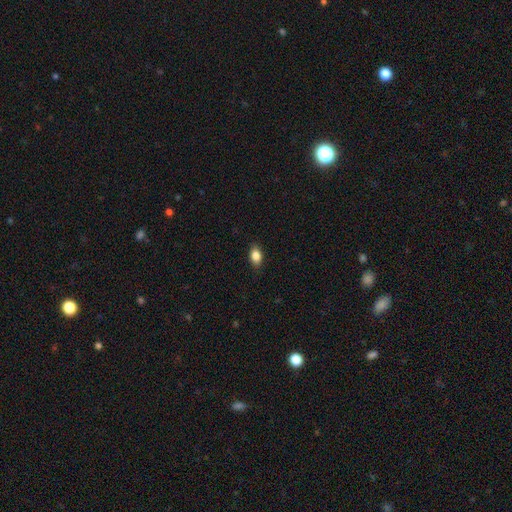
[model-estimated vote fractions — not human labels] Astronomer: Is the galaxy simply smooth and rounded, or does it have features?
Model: smooth — 85%.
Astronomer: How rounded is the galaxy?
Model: in between — 86%.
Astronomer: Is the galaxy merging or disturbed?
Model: none — 86%.